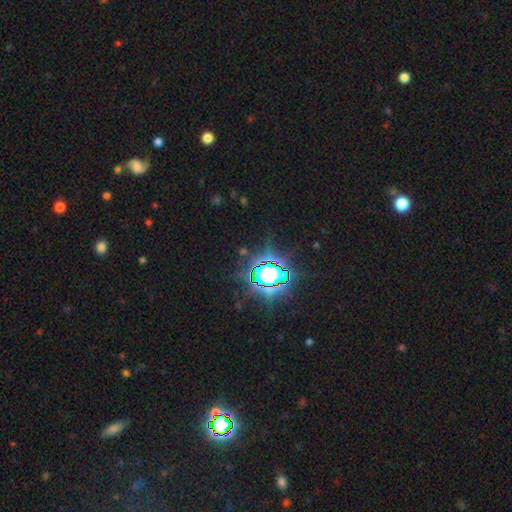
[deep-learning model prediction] A star or artifact, not a galaxy (83%).